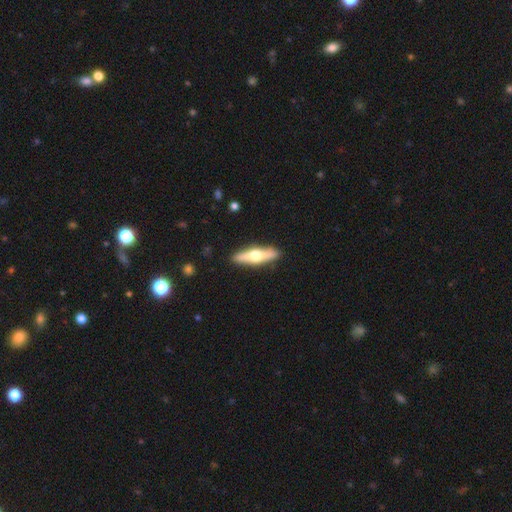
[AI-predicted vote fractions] The model was most divided on "smooth or featured": featured or disk: 56%, smooth: 39%, star or artifact: 5%. More confident: edge-on bulge — rounded (95%); edge-on disk — yes (92%); merging — none (90%).